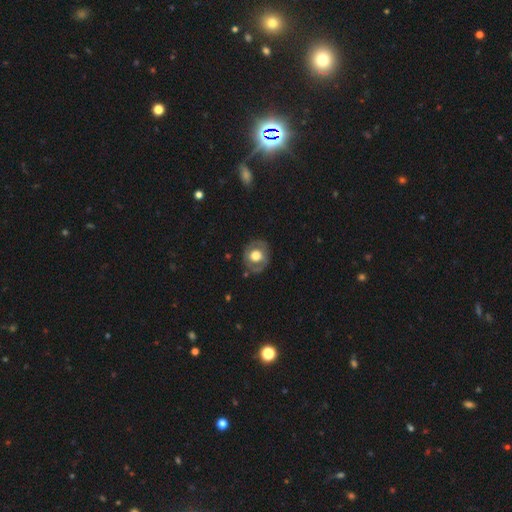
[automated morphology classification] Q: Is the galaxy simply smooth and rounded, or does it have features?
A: smooth — 49%.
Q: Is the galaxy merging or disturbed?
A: none — 79%.